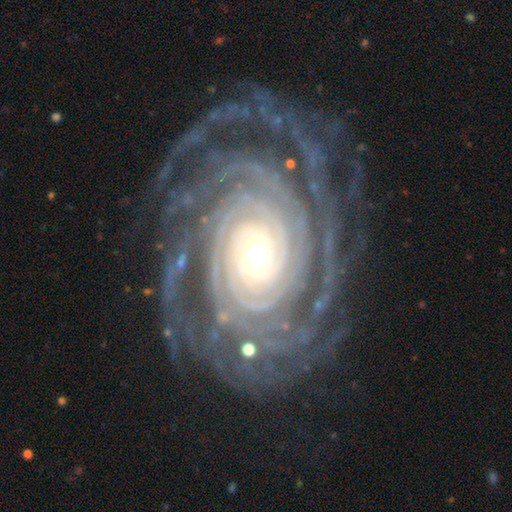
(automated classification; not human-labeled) smooth-or-featured: featured or disk: 93% | star or artifact: 4% | smooth: 3%
  disk-edge-on: no: 98% | yes: 2%
    bar: no: 48% | weak: 30% | strong: 22%
    has-spiral-arms: yes: 99% | no: 1%
      spiral-winding: tight: 88% | medium: 10% | loose: 2%
      spiral-arm-count: more than 4: 31% | 4: 21% | can't tell: 15% | 3: 13% | 2: 11% | 1: 9%
    bulge-size: moderate: 52% | small: 41% | large: 5% | dominant: 1% | none: 1%
  merging: none: 78% | minor disturbance: 14% | major disturbance: 7% | merger: 1%